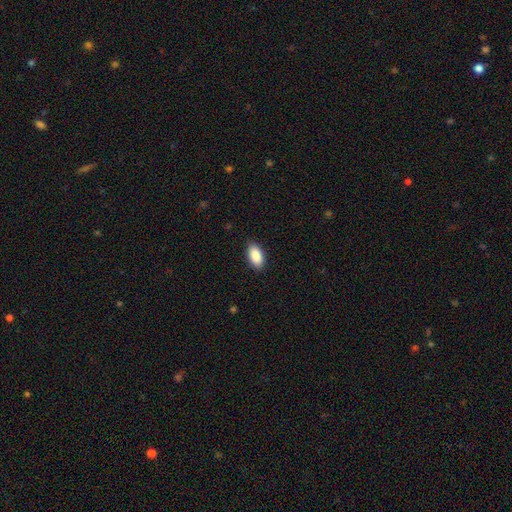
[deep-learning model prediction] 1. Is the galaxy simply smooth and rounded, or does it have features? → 90% smooth, 6% star or artifact, 4% featured or disk.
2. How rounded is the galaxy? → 94% in between, 3% cigar-shaped, 3% round.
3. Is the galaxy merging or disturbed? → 88% none, 9% minor disturbance, 2% major disturbance, 1% merger.